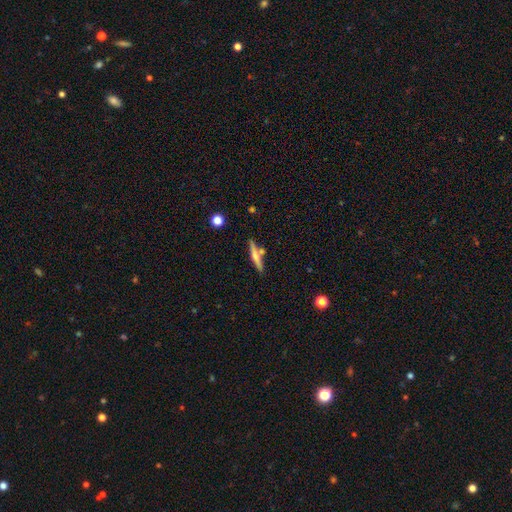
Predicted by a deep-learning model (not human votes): This appears to be a smooth galaxy with no disk features (47%). Merging: none (75%).